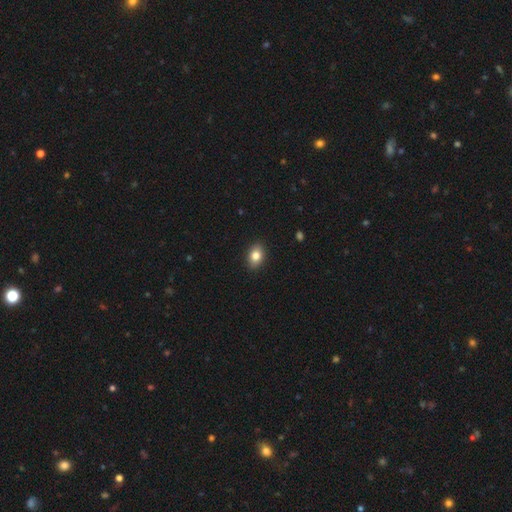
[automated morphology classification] Overall: smooth (82%). How rounded: in between (77%). Merging: none (89%).